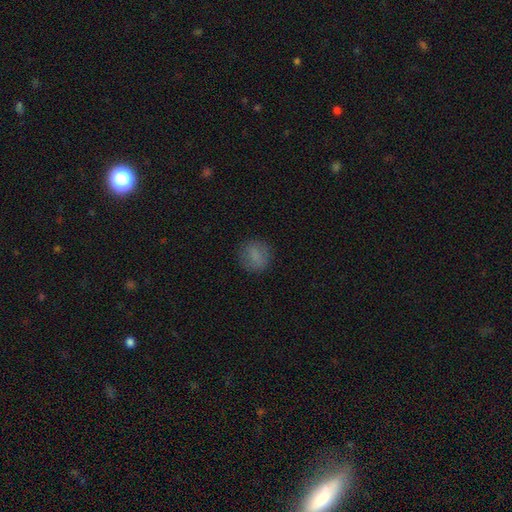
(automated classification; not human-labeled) A smooth galaxy with no disk features (79%) that is round (82%). Merging: none (83%).